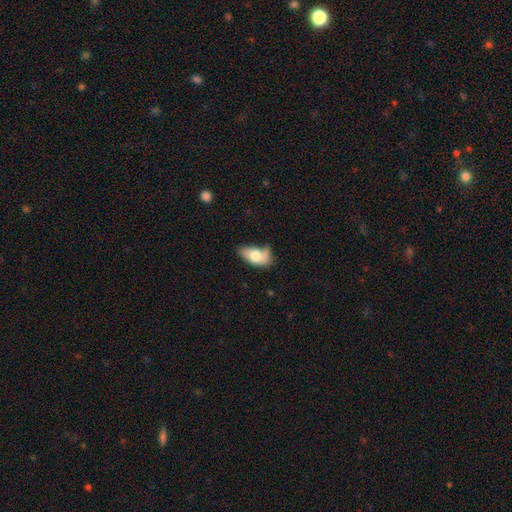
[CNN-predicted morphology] Smooth or featured? Predicted: smooth (p=0.72). How rounded? Predicted: in between (p=0.91). Merging? Predicted: minor disturbance (p=0.35).